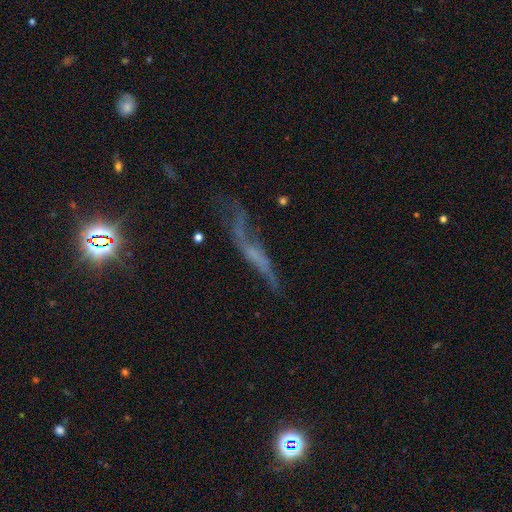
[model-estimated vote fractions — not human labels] This is possibly a featured or disk galaxy (59%). It is possibly not viewed edge-on (55%). Merging: marginally none (39%).